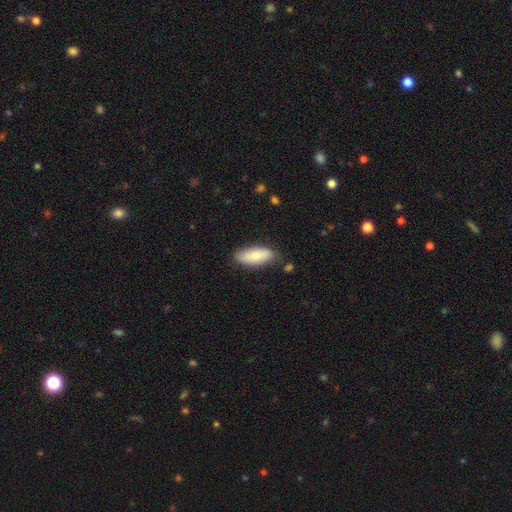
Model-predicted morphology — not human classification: Smooth or featured? Predicted: smooth (p=0.71). How rounded? Predicted: in between (p=0.81). Merging? Predicted: none (p=0.79).